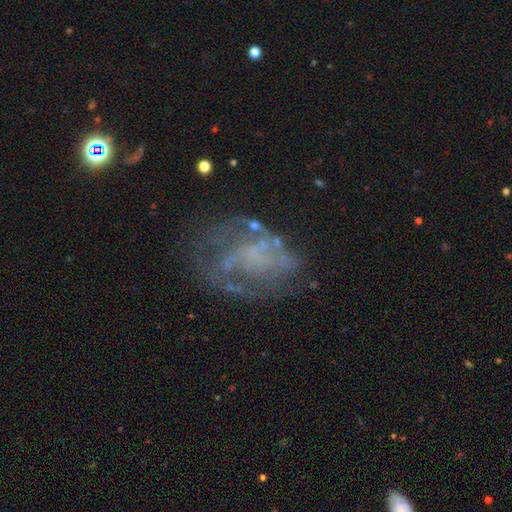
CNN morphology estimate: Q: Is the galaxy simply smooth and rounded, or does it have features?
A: featured or disk — 68%.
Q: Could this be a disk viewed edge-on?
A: no — 98%.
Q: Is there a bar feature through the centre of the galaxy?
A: no — 82%.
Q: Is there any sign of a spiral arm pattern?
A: no — 52%.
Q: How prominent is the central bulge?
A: none — 72%.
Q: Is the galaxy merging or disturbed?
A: none — 48%.